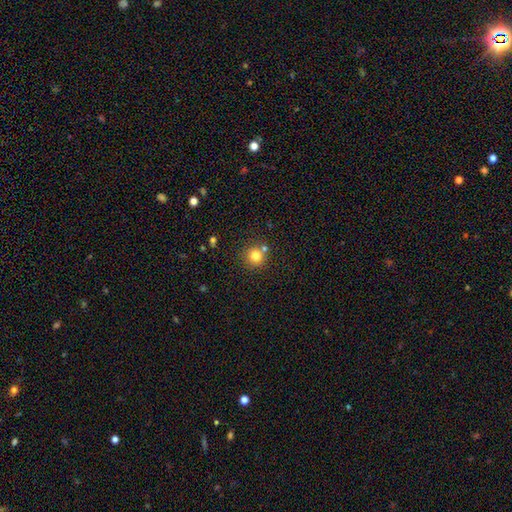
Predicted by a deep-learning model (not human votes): Smooth or featured?
  - smooth: 80% *
  - star or artifact: 12%
  - featured or disk: 8%
How rounded?
  - round: 93% *
  - in between: 6%
  - cigar-shaped: 1%
Merging?
  - none: 73% *
  - merger: 15%
  - minor disturbance: 9%
  - major disturbance: 3%